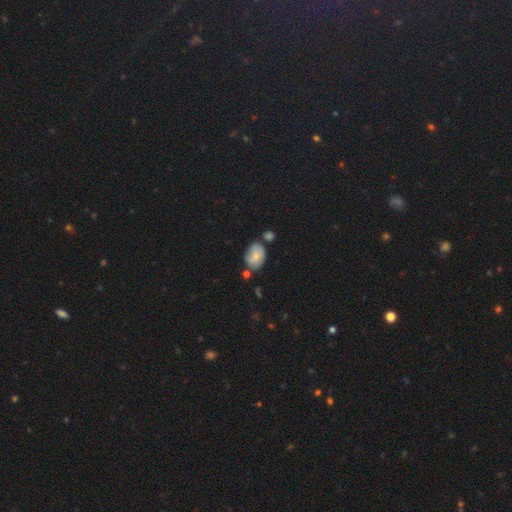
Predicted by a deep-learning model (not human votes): Smooth or featured? smooth (62%)
How rounded? in between (73%)
Merging? none (51%)